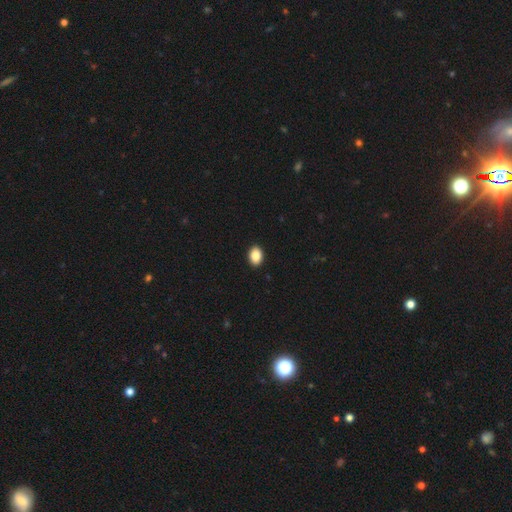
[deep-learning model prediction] Smooth or featured?
  - smooth: 87% *
  - star or artifact: 8%
  - featured or disk: 5%
How rounded?
  - in between: 78% *
  - round: 21%
  - cigar-shaped: 1%
Merging?
  - none: 92% *
  - minor disturbance: 6%
  - major disturbance: 1%
  - merger: 1%